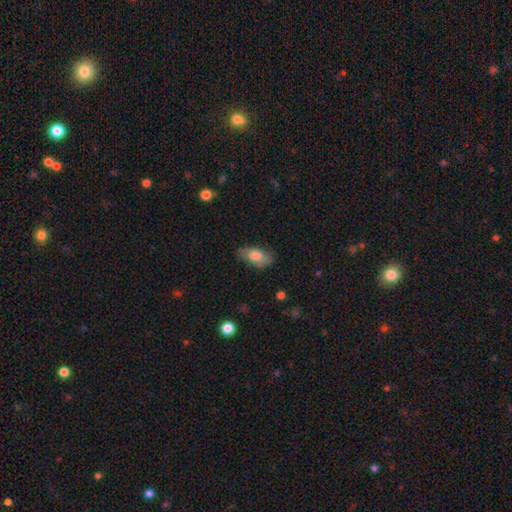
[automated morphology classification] Q: Smooth or featured?
A: smooth (73%); runner-up: featured or disk (20%)
Q: How rounded?
A: in between (89%); runner-up: round (6%)
Q: Merging?
A: none (68%); runner-up: minor disturbance (24%)